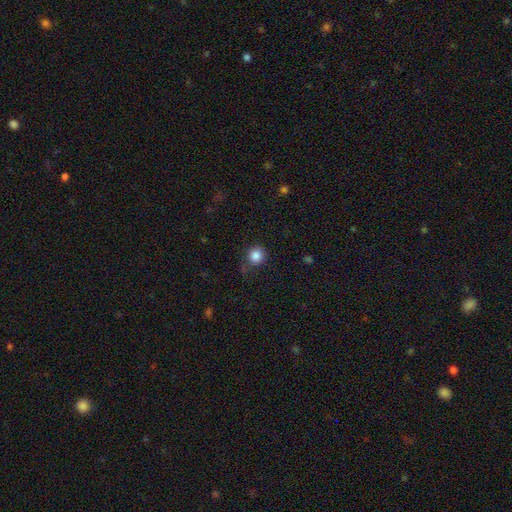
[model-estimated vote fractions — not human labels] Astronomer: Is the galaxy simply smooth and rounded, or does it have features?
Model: smooth — 85%.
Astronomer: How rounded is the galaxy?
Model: round — 89%.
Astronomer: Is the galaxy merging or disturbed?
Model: none — 78%.